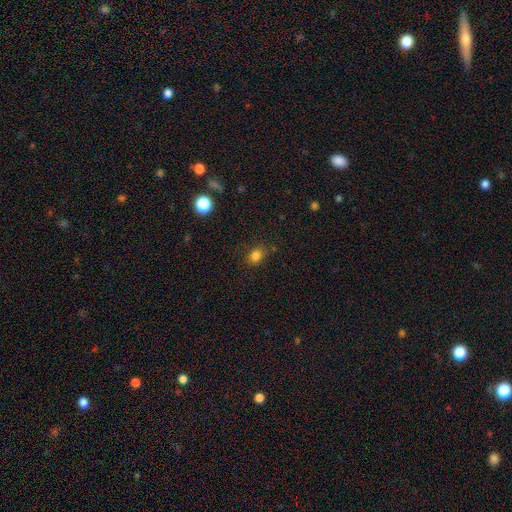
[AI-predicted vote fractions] This appears to be a smooth galaxy with no disk features (81%) that is round (58%). Merging: none (79%).